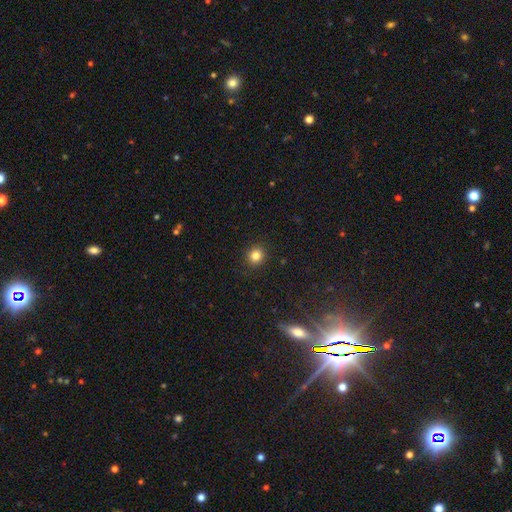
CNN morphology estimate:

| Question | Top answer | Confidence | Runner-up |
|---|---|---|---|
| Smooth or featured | smooth | 82% | star or artifact (12%) |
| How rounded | round | 89% | in between (10%) |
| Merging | none | 91% | minor disturbance (6%) |